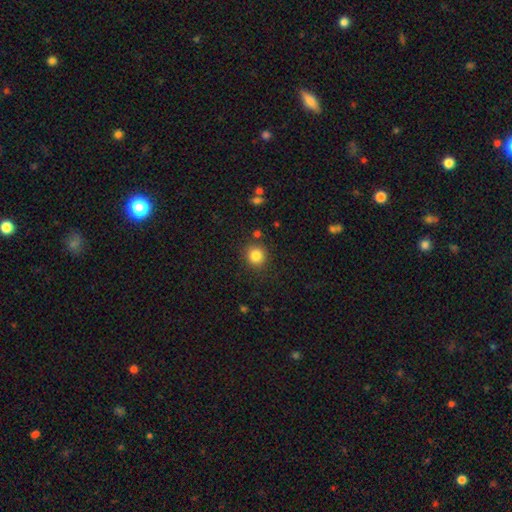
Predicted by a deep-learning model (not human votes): This appears to be a smooth galaxy with no disk features (83%) that is round (90%). Merging: none (86%).